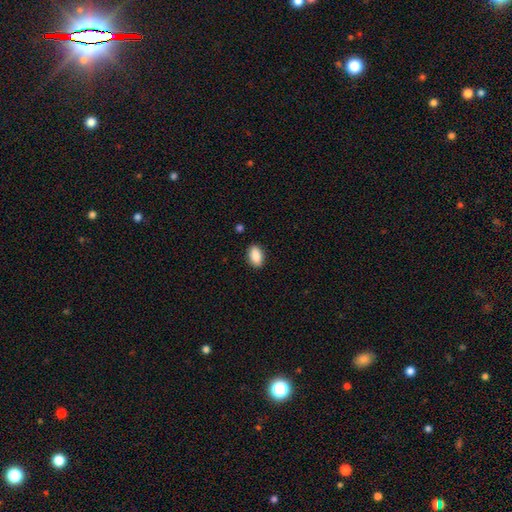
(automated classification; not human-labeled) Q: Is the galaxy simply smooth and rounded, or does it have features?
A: smooth — 89%.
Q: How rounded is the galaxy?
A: in between — 91%.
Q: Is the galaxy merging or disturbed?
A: none — 89%.